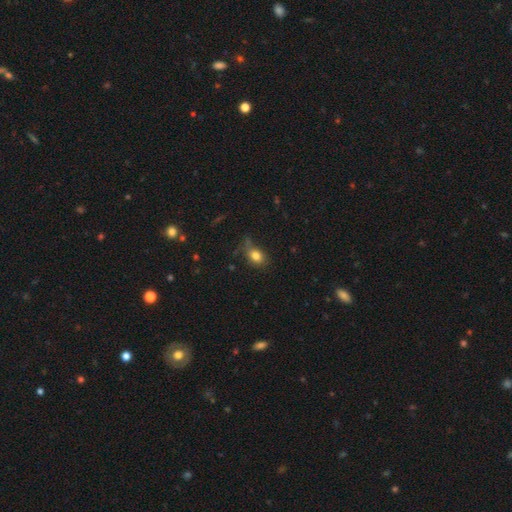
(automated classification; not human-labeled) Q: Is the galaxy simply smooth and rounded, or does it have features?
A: smooth — 81%.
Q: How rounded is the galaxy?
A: in between — 61%.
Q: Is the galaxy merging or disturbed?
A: none — 62%.